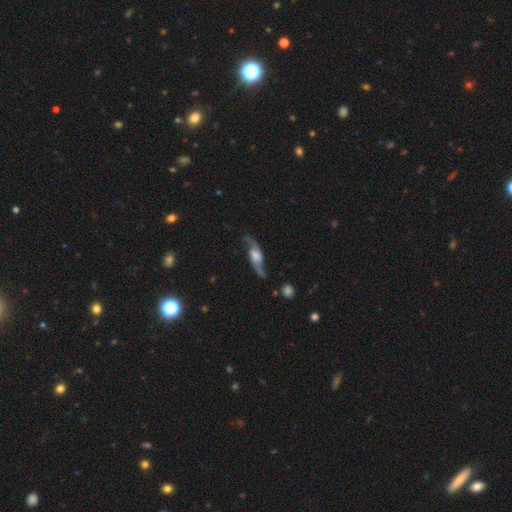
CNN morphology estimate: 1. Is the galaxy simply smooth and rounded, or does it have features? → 81% featured or disk, 13% smooth, 6% star or artifact.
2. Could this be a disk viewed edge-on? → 84% no, 16% yes.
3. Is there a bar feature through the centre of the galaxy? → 51% no, 36% weak, 12% strong.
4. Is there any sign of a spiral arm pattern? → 95% yes, 5% no.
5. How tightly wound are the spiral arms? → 75% loose, 20% medium, 6% tight.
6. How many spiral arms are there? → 93% 2, 3% can't tell, 2% 1, 1% 3, 1% 4, 1% more than 4.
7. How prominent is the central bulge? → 34% moderate, 24% large, 23% small, 14% none, 4% dominant.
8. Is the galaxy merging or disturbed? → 72% none, 17% minor disturbance, 8% major disturbance, 3% merger.